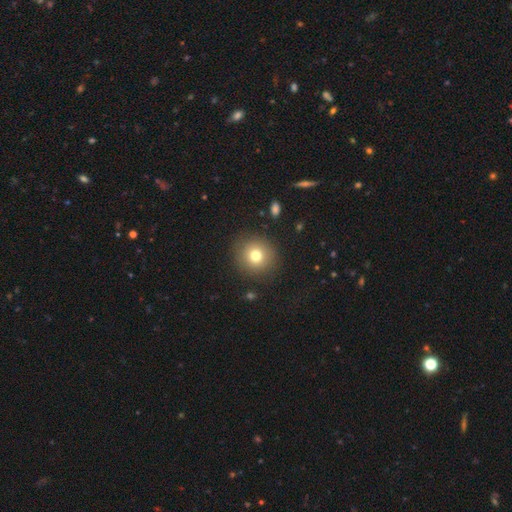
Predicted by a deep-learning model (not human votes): Overall: smooth (77%). How rounded: round (91%). Merging: none (89%).